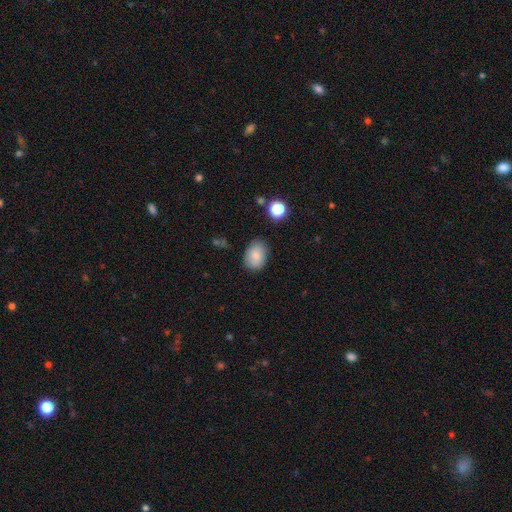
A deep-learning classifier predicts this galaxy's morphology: type=smooth (84%); roundness=in between (77%); merging=none (80%).